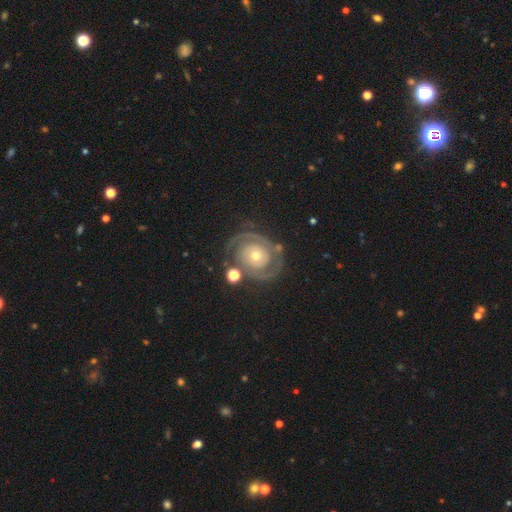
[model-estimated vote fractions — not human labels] This appears to be a featured or disk galaxy (88%) with no bar (81%), 2 (82%) tight (72%) spiral arms (96%) and a moderate central bulge (50%). Merging: none (75%).